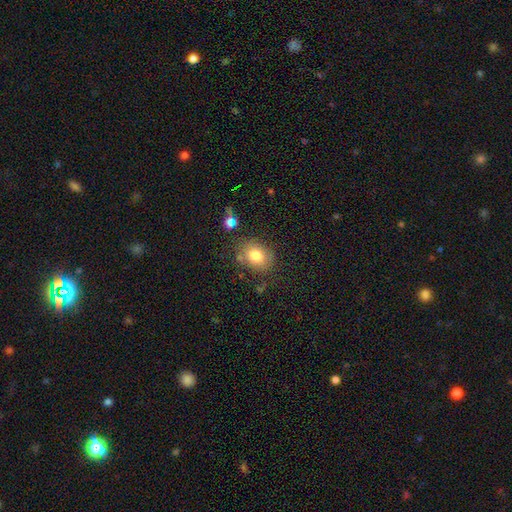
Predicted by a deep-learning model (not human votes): smooth-or-featured: smooth: 79% | featured or disk: 11% | star or artifact: 11%
  how-rounded: in between: 53% | round: 46% | cigar-shaped: 1%
  merging: none: 74% | minor disturbance: 15% | merger: 5% | major disturbance: 5%